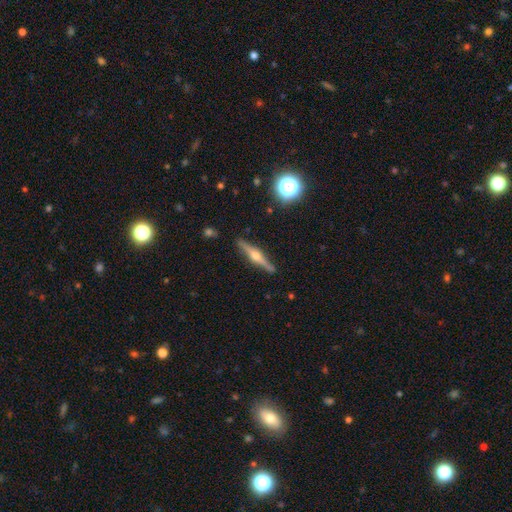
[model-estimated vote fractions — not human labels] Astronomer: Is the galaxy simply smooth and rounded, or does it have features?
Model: featured or disk — 75%.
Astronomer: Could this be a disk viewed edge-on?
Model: yes — 97%.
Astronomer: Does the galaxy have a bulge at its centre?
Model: rounded — 94%.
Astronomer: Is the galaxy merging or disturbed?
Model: none — 90%.